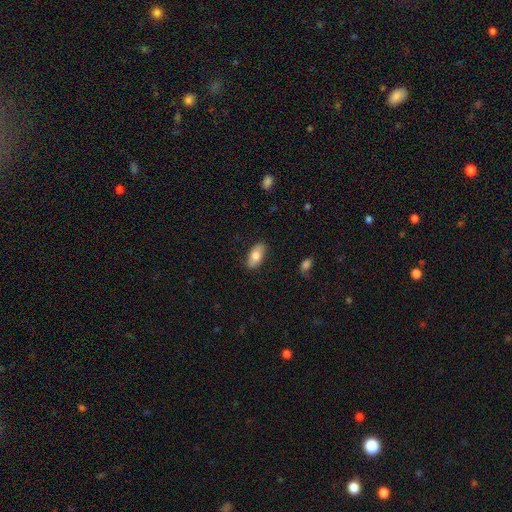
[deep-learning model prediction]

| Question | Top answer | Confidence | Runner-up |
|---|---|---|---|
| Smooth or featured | smooth | 76% | featured or disk (17%) |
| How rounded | in between | 90% | cigar-shaped (7%) |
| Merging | none | 85% | minor disturbance (11%) |